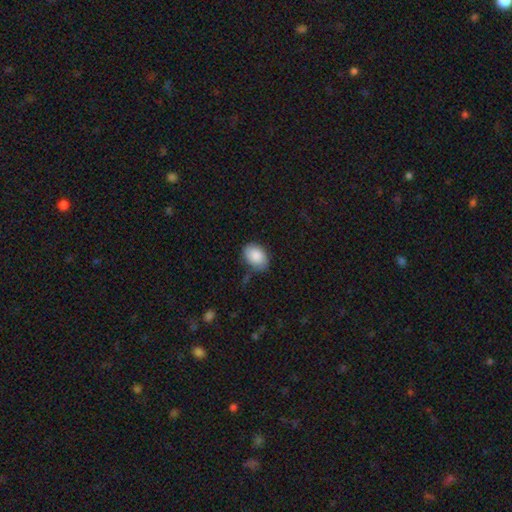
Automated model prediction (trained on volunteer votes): The model was most divided on "merging": none: 72%, minor disturbance: 21%, major disturbance: 4%, merger: 2%. More confident: smooth or featured — smooth (86%); how rounded — in between (79%).